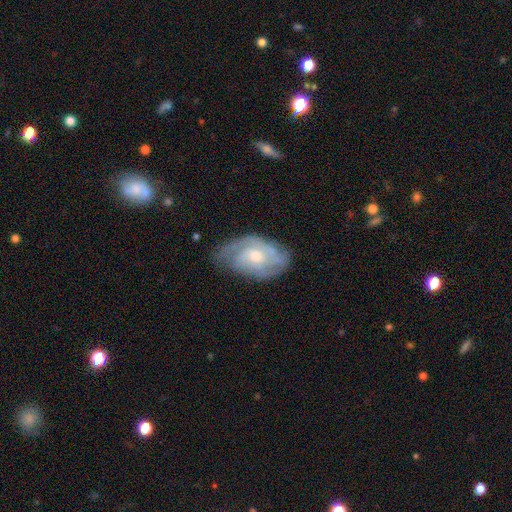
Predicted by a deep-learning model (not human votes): Smooth or featured? Predicted: featured or disk (p=0.79). Edge-on disk? Predicted: no (p=0.96). Bar? Predicted: no (p=0.68). Spiral arms? Predicted: yes (p=0.92). Spiral winding? Predicted: tight (p=0.58). Spiral arm count? Predicted: can't tell (p=0.36). Bulge size? Predicted: moderate (p=0.55). Merging? Predicted: none (p=0.67).